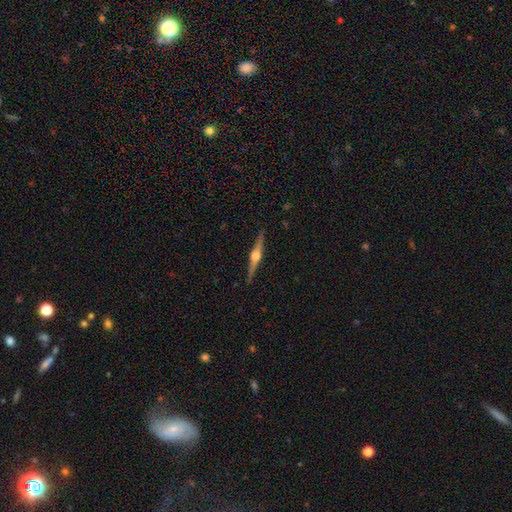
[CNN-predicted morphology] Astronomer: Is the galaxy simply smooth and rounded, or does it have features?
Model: featured or disk — 84%.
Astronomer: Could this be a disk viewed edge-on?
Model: yes — 98%.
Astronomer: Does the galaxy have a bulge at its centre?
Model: rounded — 91%.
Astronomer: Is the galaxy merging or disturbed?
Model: none — 91%.